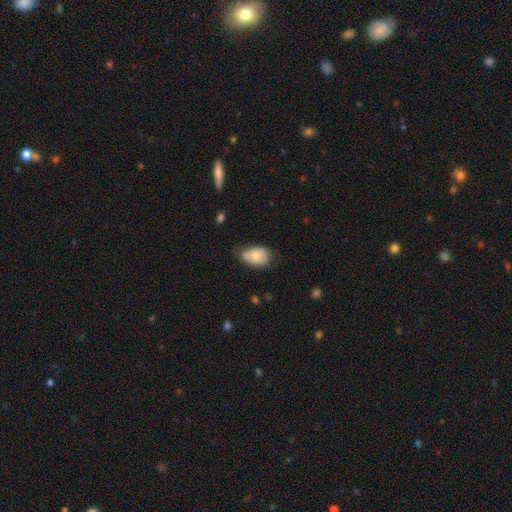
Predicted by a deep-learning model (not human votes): The model was most divided on "merging": none: 55%, minor disturbance: 35%, major disturbance: 7%, merger: 3%. More confident: how rounded — in between (86%); smooth or featured — smooth (77%).